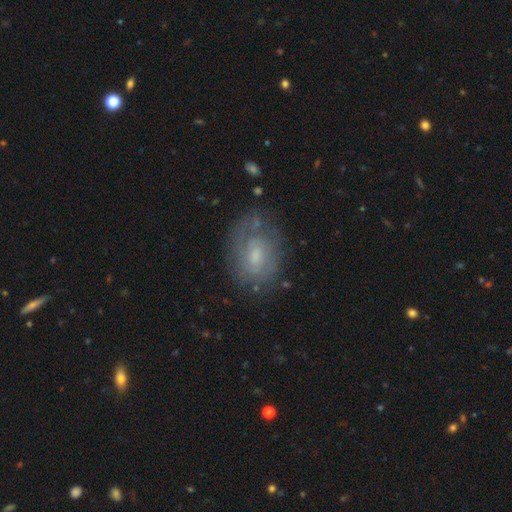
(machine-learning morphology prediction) A featured or disk galaxy (58%) with no bar (56%), spiral arms (70%) and a small central bulge (47%). Merging: none (64%).